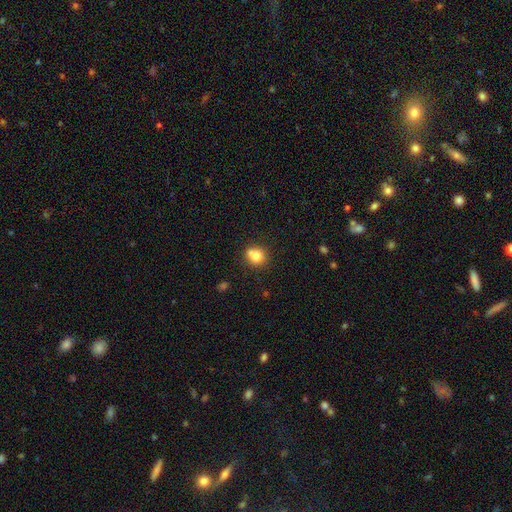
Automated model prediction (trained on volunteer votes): smooth-or-featured: smooth: 78% | featured or disk: 11% | star or artifact: 11%
  how-rounded: round: 80% | in between: 19% | cigar-shaped: 1%
  merging: none: 58% | merger: 23% | minor disturbance: 14% | major disturbance: 4%